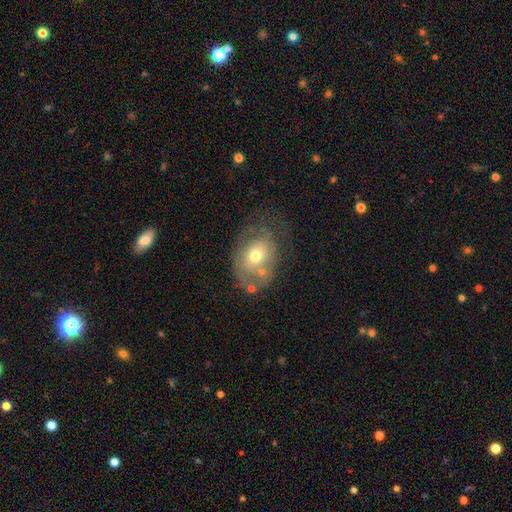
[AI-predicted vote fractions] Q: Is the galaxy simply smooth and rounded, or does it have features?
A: smooth — 55%.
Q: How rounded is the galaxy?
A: in between — 71%.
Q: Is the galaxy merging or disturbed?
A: none — 42%.